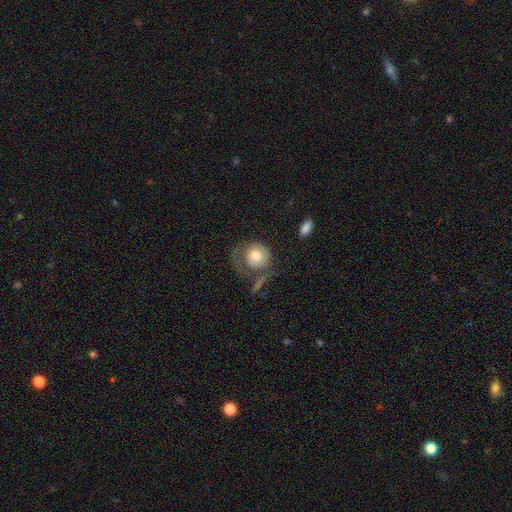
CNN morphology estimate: smooth_or_featured: smooth (p=0.62) [alt: featured or disk p=0.32]
how_rounded: round (p=0.83) [alt: in between p=0.16]
merging: major disturbance (p=0.38) [alt: none p=0.36]